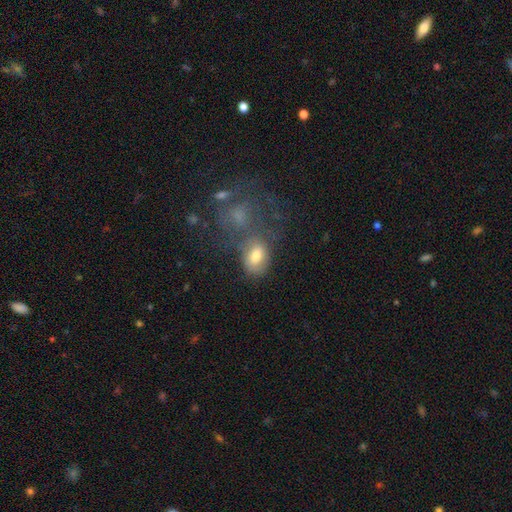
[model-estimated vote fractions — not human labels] smooth 66%, featured or disk 22%, star or artifact 12%. Down the decision tree: how rounded — in between (79%); merging — none (44%).